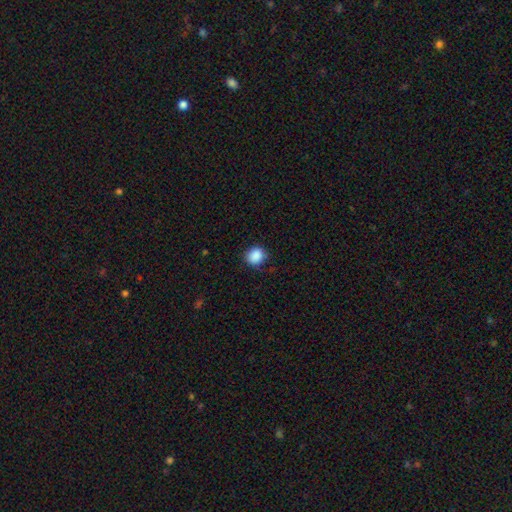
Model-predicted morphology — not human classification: Smooth or featured?
  - smooth: 88% *
  - star or artifact: 9%
  - featured or disk: 3%
How rounded?
  - round: 82% *
  - in between: 17%
  - cigar-shaped: 1%
Merging?
  - none: 81% *
  - minor disturbance: 15%
  - major disturbance: 3%
  - merger: 1%